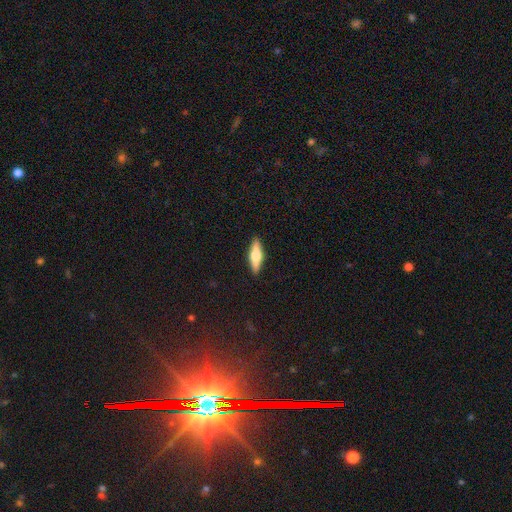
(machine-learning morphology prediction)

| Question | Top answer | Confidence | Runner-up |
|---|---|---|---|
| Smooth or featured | smooth | 49% | featured or disk (45%) |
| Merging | none | 90% | minor disturbance (7%) |